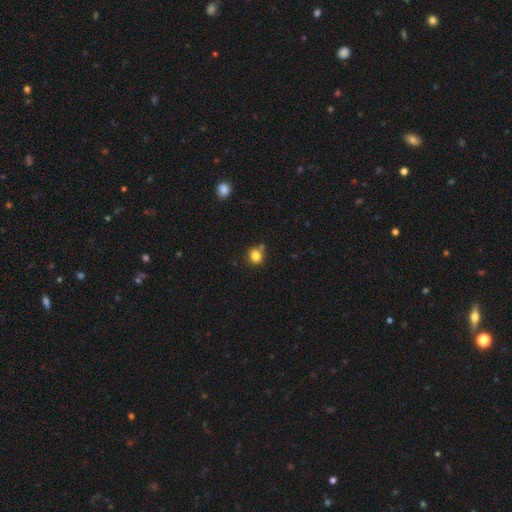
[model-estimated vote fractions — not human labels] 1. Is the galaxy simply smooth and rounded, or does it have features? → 82% smooth, 12% star or artifact, 6% featured or disk.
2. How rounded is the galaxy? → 83% round, 16% in between, 1% cigar-shaped.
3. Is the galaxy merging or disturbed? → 72% none, 13% minor disturbance, 12% merger, 3% major disturbance.